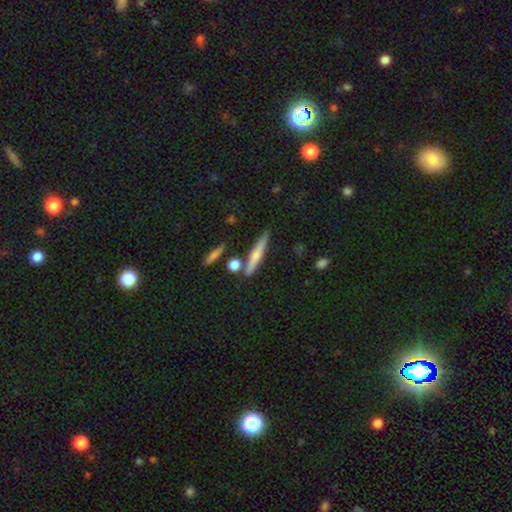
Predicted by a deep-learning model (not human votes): Overall: smooth (57%; featured or disk 36%). How rounded: cigar-shaped (88%). Merging: none (79%).